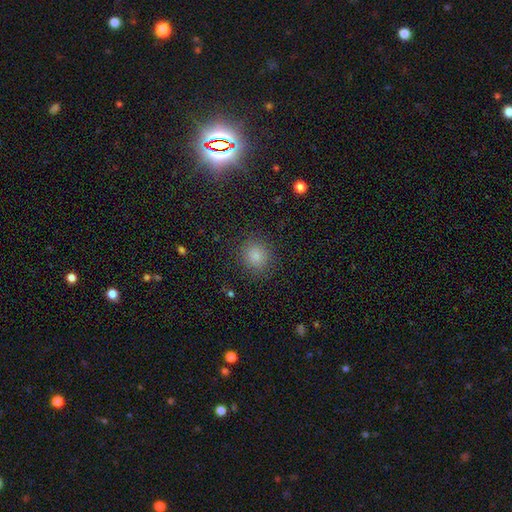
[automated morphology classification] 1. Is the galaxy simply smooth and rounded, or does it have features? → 83% smooth, 12% star or artifact, 5% featured or disk.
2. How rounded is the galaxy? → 83% round, 16% in between, 1% cigar-shaped.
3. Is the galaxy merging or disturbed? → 87% none, 8% minor disturbance, 4% major disturbance, 1% merger.